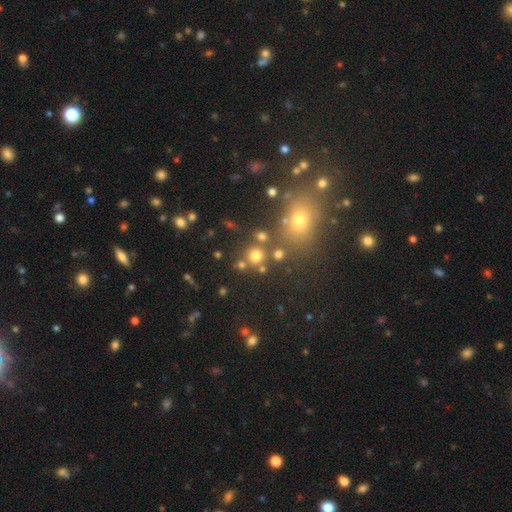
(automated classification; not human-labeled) Overall: smooth (73%). How rounded: round (89%). Merging: none (72%).